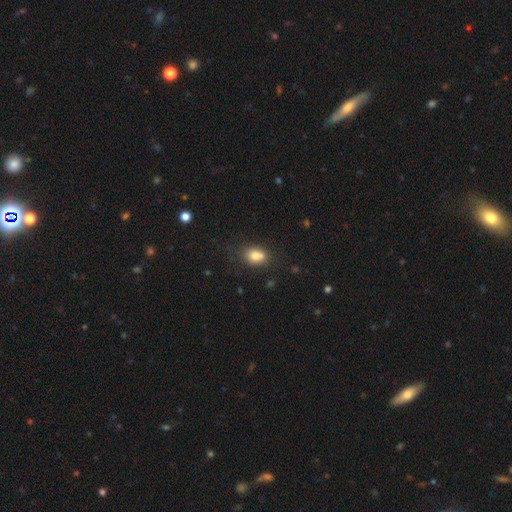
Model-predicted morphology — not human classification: Smooth or featured? Predicted: smooth (p=0.78). How rounded? Predicted: in between (p=0.63). Merging? Predicted: none (p=0.60).